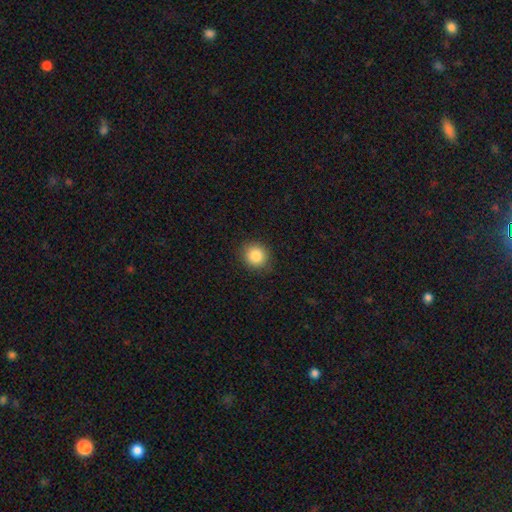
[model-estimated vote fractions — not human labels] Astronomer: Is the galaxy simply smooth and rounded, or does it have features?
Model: smooth — 85%.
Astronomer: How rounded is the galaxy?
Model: round — 87%.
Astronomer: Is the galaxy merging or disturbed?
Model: none — 88%.